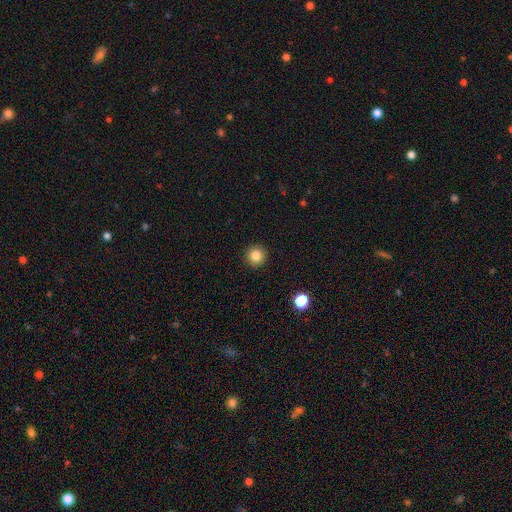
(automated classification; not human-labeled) smooth 84%, star or artifact 11%, featured or disk 5%. Down the decision tree: how rounded — round (95%); merging — none (93%).